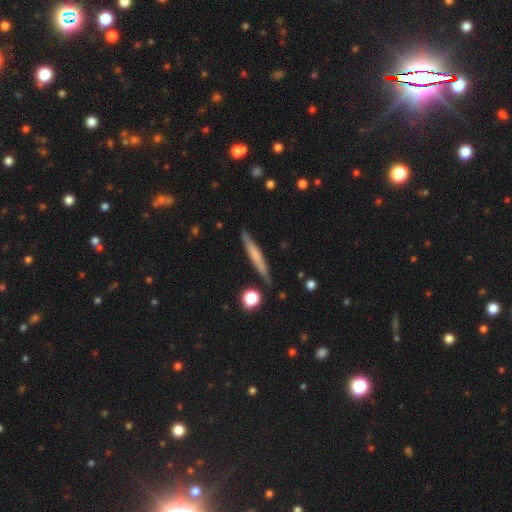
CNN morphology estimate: smooth 57%, featured or disk 37%, star or artifact 6%. Down the decision tree: how rounded — cigar-shaped (95%); merging — none (87%).